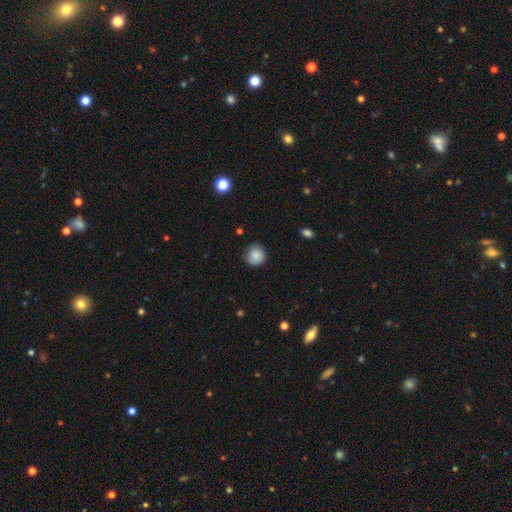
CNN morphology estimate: A smooth galaxy with no disk features (86%) that is round (92%).

Vote fractions:
- Smooth or featured? smooth: 86% / star or artifact: 8% / featured or disk: 5%
- How rounded? round: 92% / in between: 8% / cigar-shaped: 1%
- Merging? none: 82% / minor disturbance: 14% / major disturbance: 3% / merger: 1%